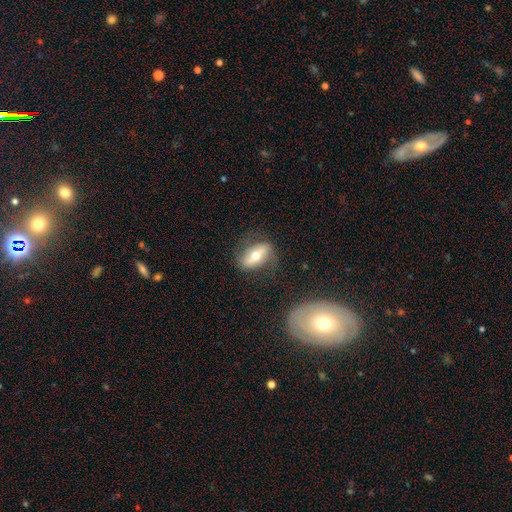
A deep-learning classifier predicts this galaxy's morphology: Smooth or featured? featured or disk (51%)
Edge-on disk? no (77%)
Merging? none (72%)